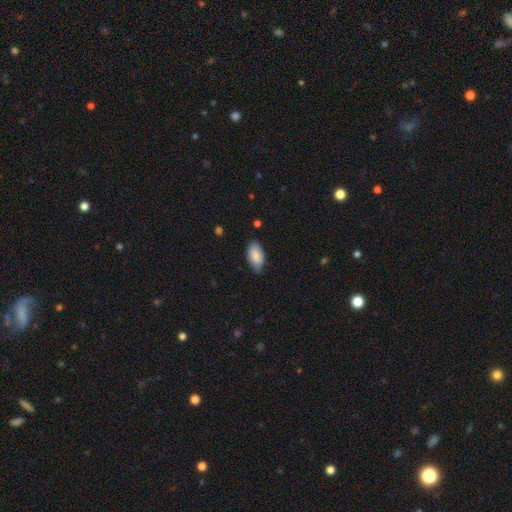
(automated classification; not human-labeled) This is clearly a smooth galaxy (87%). How rounded: clearly in between (94%). Merging: likely none (78%).